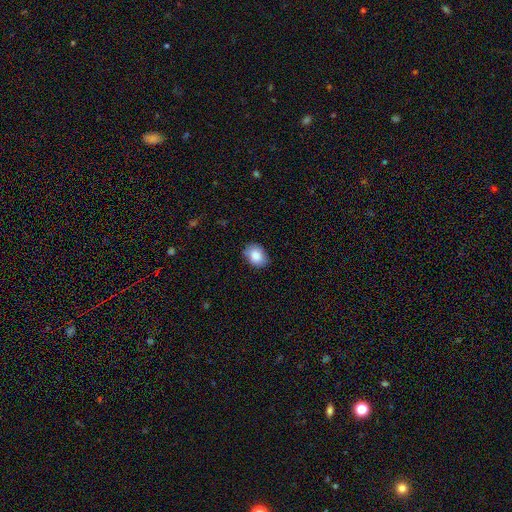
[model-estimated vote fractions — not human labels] Smooth or featured?
  - smooth: 86% *
  - star or artifact: 7%
  - featured or disk: 7%
How rounded?
  - in between: 68% *
  - round: 31%
  - cigar-shaped: 1%
Merging?
  - none: 75% *
  - minor disturbance: 21%
  - major disturbance: 3%
  - merger: 1%